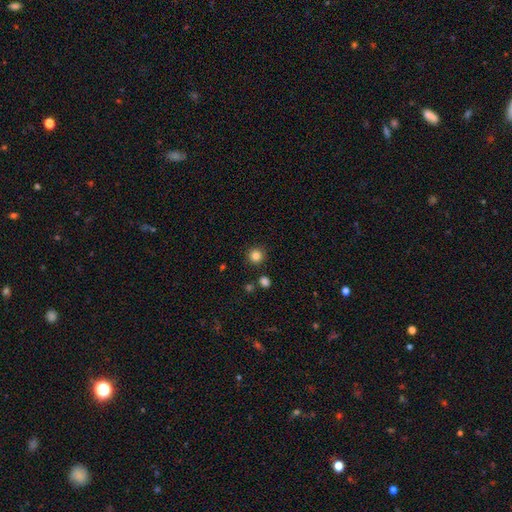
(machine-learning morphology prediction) The model was most divided on "smooth or featured": smooth: 84%, star or artifact: 12%, featured or disk: 4%. More confident: how rounded — round (95%); merging — none (90%).